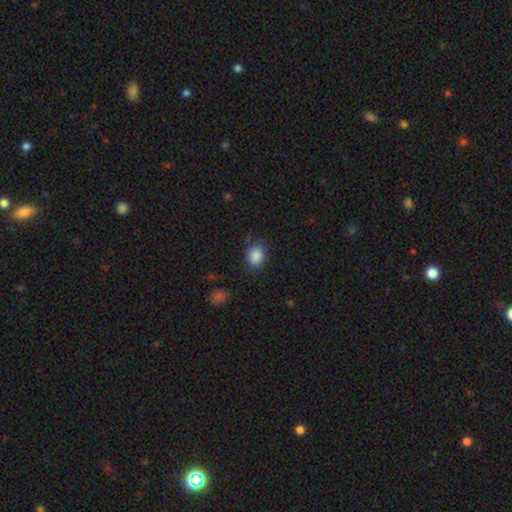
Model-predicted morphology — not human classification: A smooth galaxy with no disk features (87%) that is in between round and cigar-shaped (57%).

Vote fractions:
- Smooth or featured? smooth: 87% / star or artifact: 9% / featured or disk: 4%
- How rounded? in between: 57% / round: 42% / cigar-shaped: 1%
- Merging? none: 80% / minor disturbance: 14% / major disturbance: 4% / merger: 2%